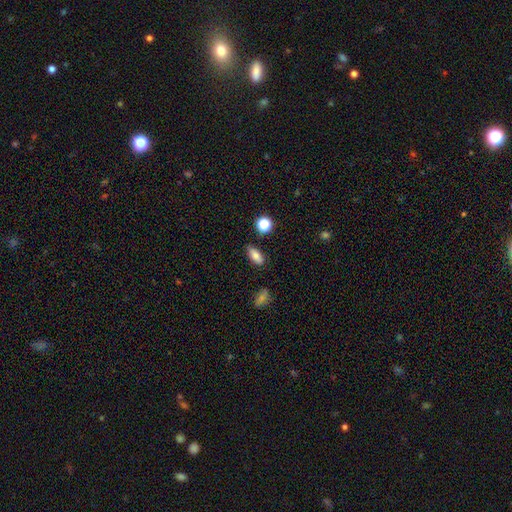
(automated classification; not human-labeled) Morphology: type=smooth (80%); roundness=in between (83%); merging=none (83%).